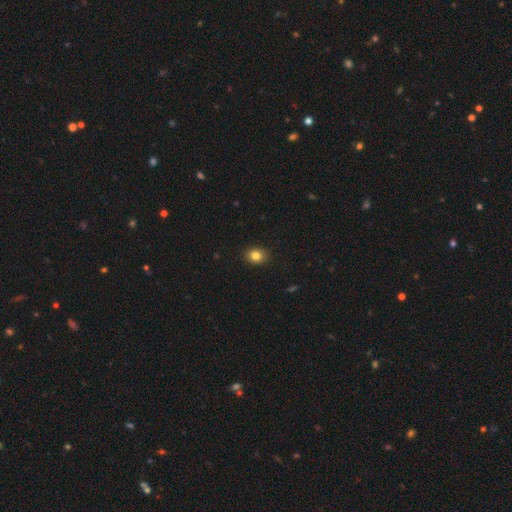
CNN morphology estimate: smooth 83%, star or artifact 11%, featured or disk 6%. Down the decision tree: how rounded — round (55%); merging — none (90%).